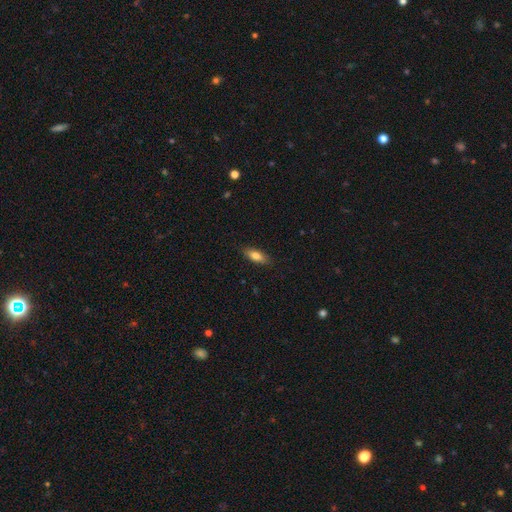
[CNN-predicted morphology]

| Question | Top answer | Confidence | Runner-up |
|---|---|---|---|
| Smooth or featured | smooth | 79% | featured or disk (15%) |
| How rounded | in between | 73% | cigar-shaped (25%) |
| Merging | none | 86% | minor disturbance (11%) |